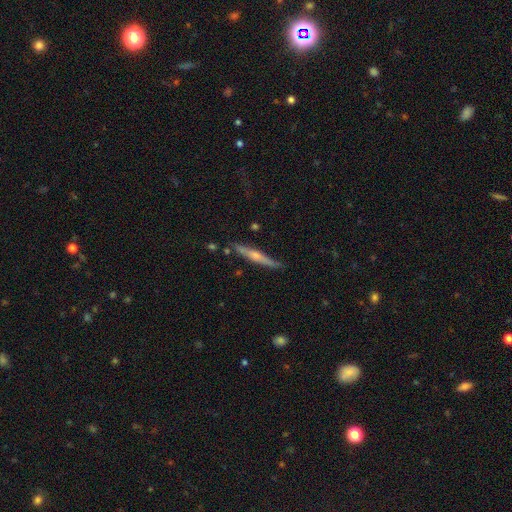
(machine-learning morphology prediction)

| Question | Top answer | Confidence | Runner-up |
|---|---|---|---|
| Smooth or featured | featured or disk | 64% | smooth (30%) |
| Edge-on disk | yes | 96% | no (4%) |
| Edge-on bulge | rounded | 77% | none (16%) |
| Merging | none | 83% | minor disturbance (12%) |